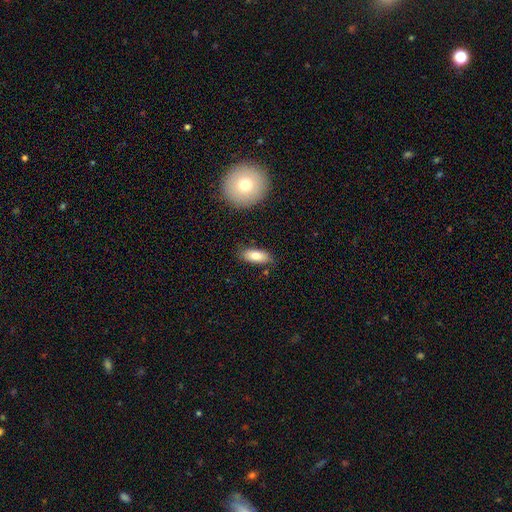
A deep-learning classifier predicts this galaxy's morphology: A smooth galaxy with no disk features (79%) that is in between round and cigar-shaped (84%).

Vote fractions:
- Smooth or featured? smooth: 79% / featured or disk: 14% / star or artifact: 7%
- How rounded? in between: 84% / cigar-shaped: 13% / round: 3%
- Merging? none: 79% / minor disturbance: 15% / merger: 3% / major disturbance: 3%